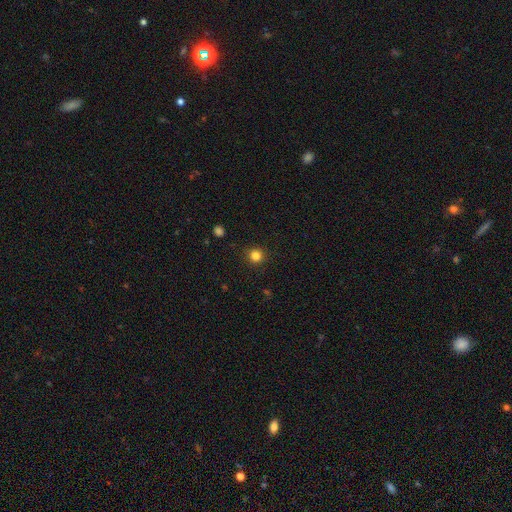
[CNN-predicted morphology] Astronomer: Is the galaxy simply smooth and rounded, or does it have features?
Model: smooth — 83%.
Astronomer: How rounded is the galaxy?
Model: round — 93%.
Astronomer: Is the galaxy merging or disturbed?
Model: none — 91%.